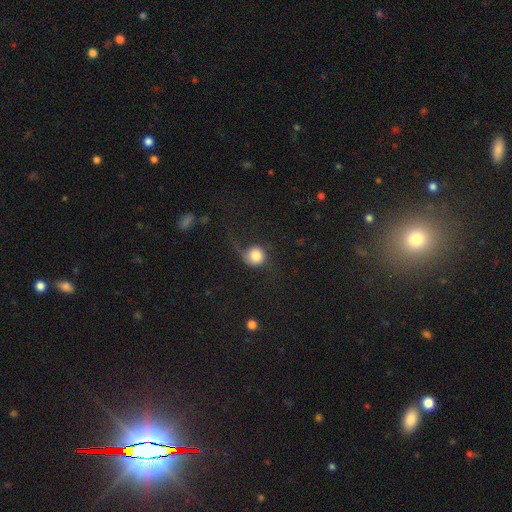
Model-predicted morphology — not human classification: smooth-or-featured: smooth: 71% | featured or disk: 20% | star or artifact: 9%
  how-rounded: round: 89% | in between: 10% | cigar-shaped: 1%
  merging: none: 42% | major disturbance: 34% | minor disturbance: 21% | merger: 3%